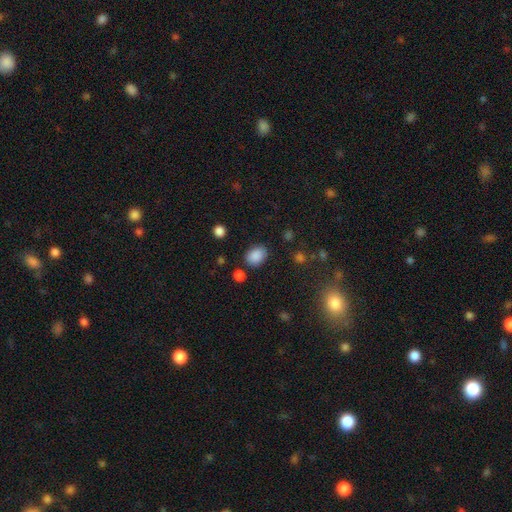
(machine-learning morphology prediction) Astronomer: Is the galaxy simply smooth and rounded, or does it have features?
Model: smooth — 87%.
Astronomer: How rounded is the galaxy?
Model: in between — 75%.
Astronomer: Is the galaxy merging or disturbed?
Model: none — 81%.